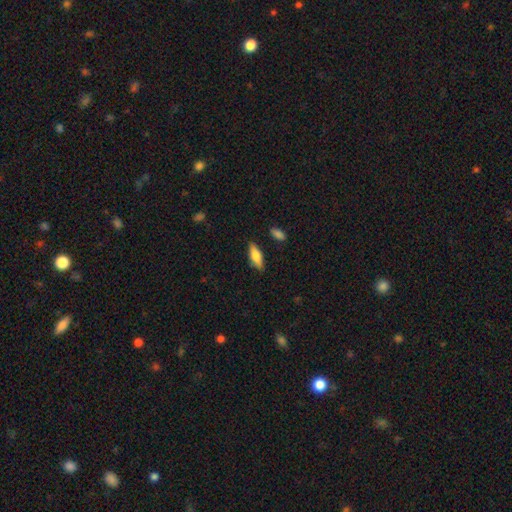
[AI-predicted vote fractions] The model was most divided on "how rounded": in between: 63%, cigar-shaped: 34%, round: 3%. More confident: merging — none (84%); smooth or featured — smooth (68%).